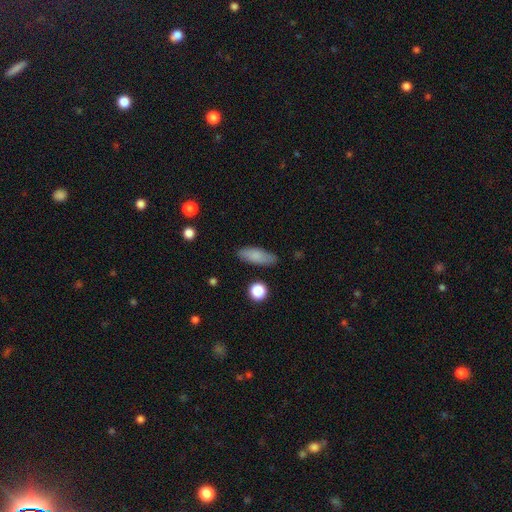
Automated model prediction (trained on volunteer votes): A smooth galaxy with no disk features (82%) that is in between round and cigar-shaped (67%). Merging: none (83%).